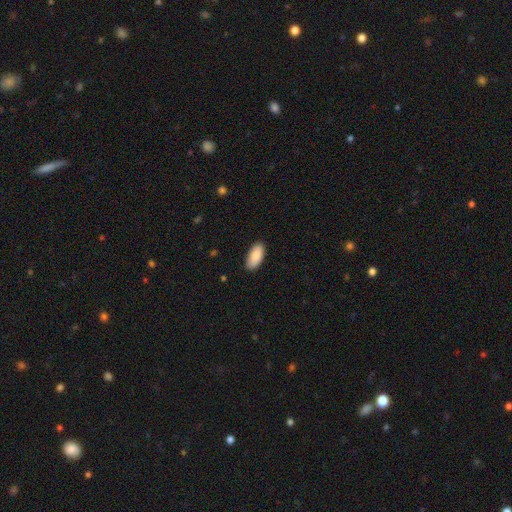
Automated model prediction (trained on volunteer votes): Smooth or featured? Predicted: smooth (p=0.88). How rounded? Predicted: in between (p=0.92). Merging? Predicted: none (p=0.86).